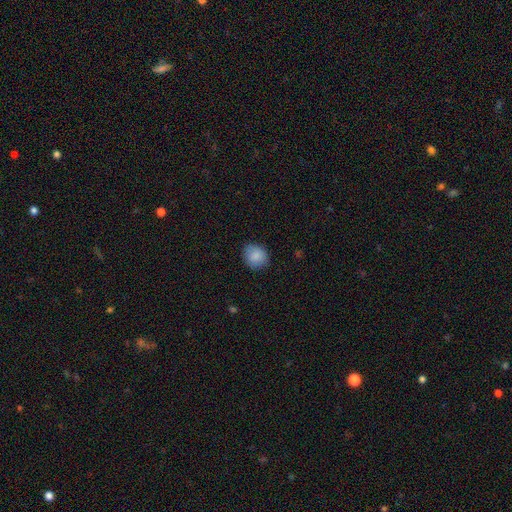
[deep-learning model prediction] smooth_or_featured: smooth (p=0.88) [alt: star or artifact p=0.08]
how_rounded: round (p=0.74) [alt: in between p=0.25]
merging: none (p=0.84) [alt: minor disturbance p=0.12]